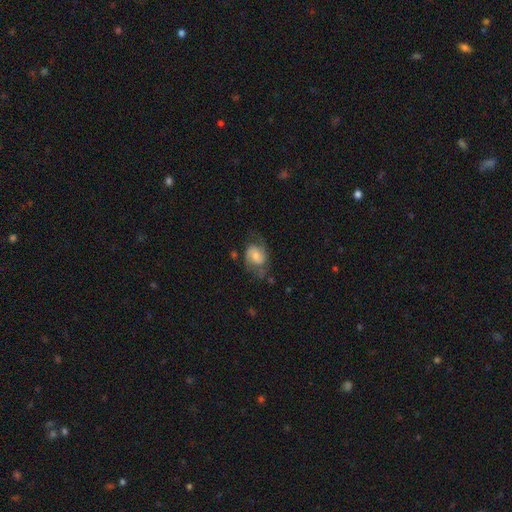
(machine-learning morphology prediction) featured or disk 61%, smooth 31%, star or artifact 8%. Down the decision tree: edge-on disk — no (97%); bar — weak (44%, tied with no); spiral arms — yes (88%); spiral arm count — 2 (82%); spiral winding — medium (48%); bulge size — moderate (45%); merging — none (58%).